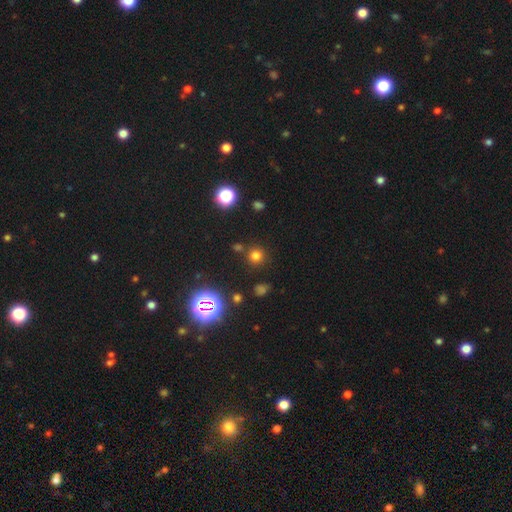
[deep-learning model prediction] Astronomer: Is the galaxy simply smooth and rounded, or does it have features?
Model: smooth — 68%.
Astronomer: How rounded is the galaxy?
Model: round — 93%.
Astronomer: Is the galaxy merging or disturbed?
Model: none — 83%.